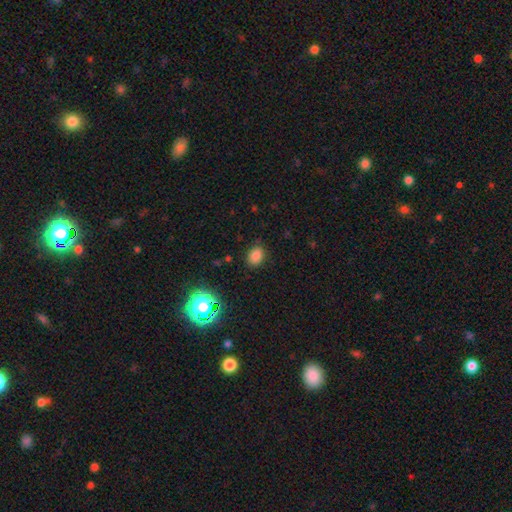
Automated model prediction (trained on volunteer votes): smooth-or-featured: smooth: 79% | star or artifact: 16% | featured or disk: 5%
  how-rounded: in between: 63% | round: 36% | cigar-shaped: 1%
  merging: none: 84% | minor disturbance: 12% | major disturbance: 3% | merger: 1%